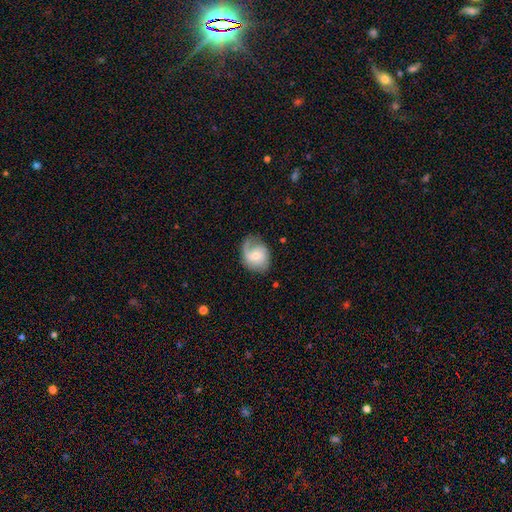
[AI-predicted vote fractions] Smooth or featured? Predicted: featured or disk (p=0.64). Edge-on disk? Predicted: no (p=0.97). Bar? Predicted: no (p=0.52). Spiral arms? Predicted: yes (p=0.90). Spiral winding? Predicted: medium (p=0.42). Spiral arm count? Predicted: 2 (p=0.47). Bulge size? Predicted: moderate (p=0.51). Merging? Predicted: none (p=0.62).